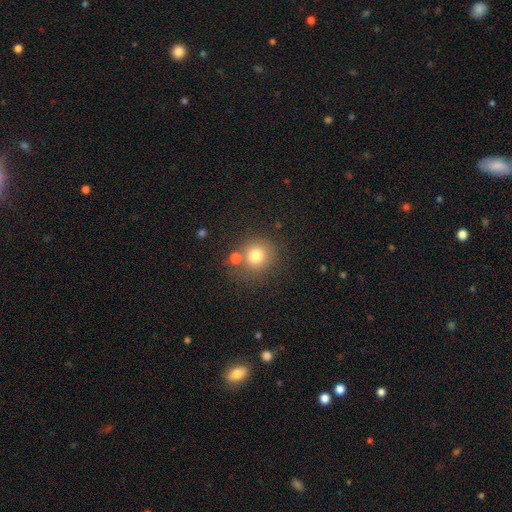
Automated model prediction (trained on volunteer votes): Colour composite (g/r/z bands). It shows a smooth galaxy with no disk features (77%) that is round (89%). Merging: none (70%).